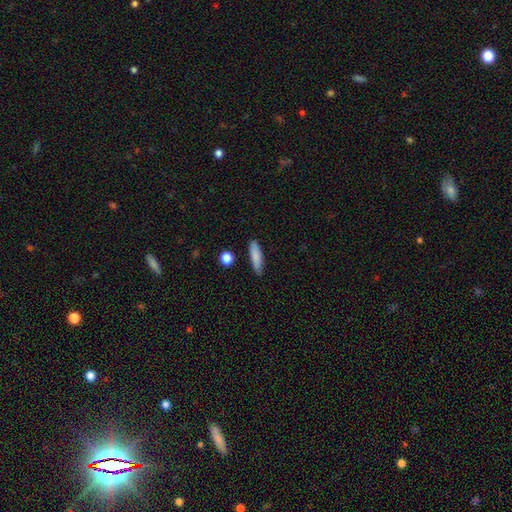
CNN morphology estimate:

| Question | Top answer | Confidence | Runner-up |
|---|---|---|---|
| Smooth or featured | smooth | 83% | featured or disk (11%) |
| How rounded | cigar-shaped | 67% | in between (31%) |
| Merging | none | 86% | minor disturbance (10%) |